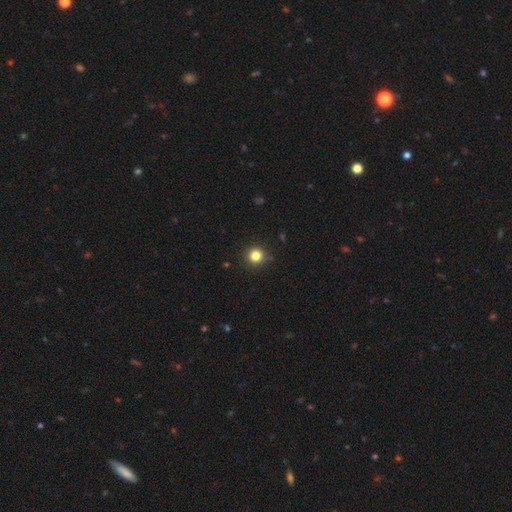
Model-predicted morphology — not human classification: smooth-or-featured: smooth: 82% | star or artifact: 13% | featured or disk: 5%
  how-rounded: round: 94% | in between: 6% | cigar-shaped: 1%
  merging: none: 91% | minor disturbance: 6% | major disturbance: 2% | merger: 1%